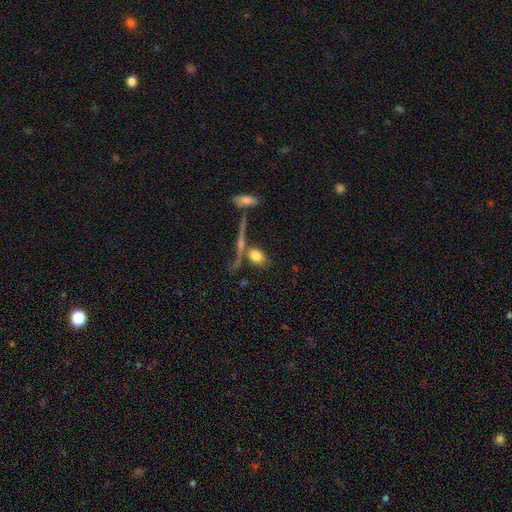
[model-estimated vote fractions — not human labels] Morphology: type=smooth (74%); roundness=in between (63%); merging=none (54%).